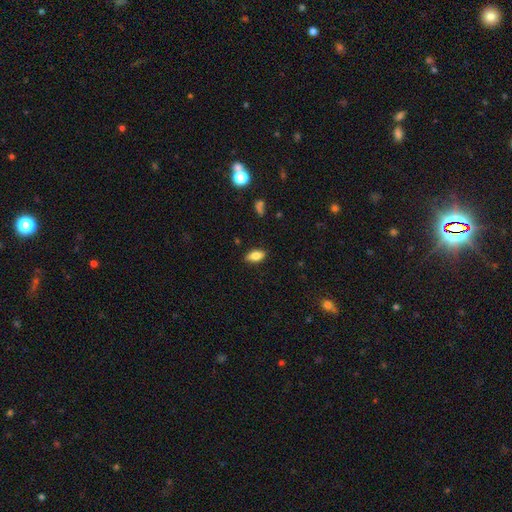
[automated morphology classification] type=smooth (82%); roundness=in between (88%); merging=none (86%).